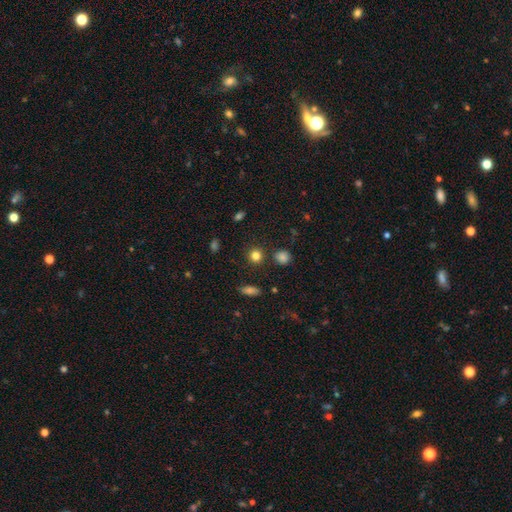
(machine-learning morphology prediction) This appears to be a smooth galaxy with no disk features (81%) that is round (88%). Merging: none (86%).